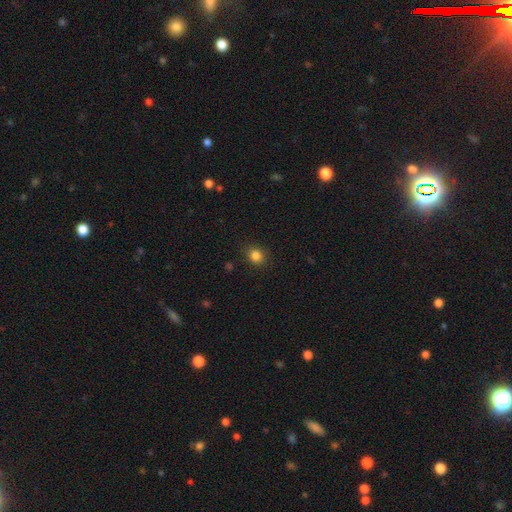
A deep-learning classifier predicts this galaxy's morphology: smooth_or_featured: smooth (p=0.84) [alt: star or artifact p=0.12]
how_rounded: round (p=0.75) [alt: in between p=0.24]
merging: none (p=0.89) [alt: minor disturbance p=0.08]